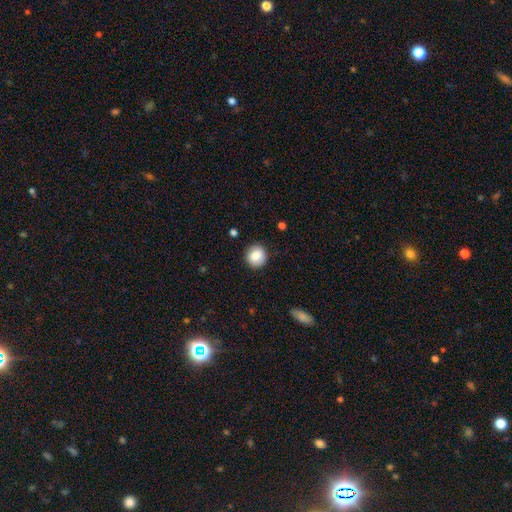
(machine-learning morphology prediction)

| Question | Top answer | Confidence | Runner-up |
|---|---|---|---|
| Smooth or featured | smooth | 84% | star or artifact (8%) |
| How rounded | round | 88% | in between (11%) |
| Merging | none | 89% | minor disturbance (7%) |